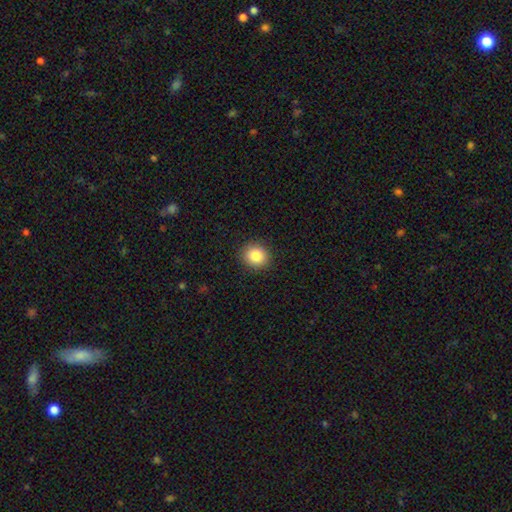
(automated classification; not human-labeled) This appears to be a smooth galaxy with no disk features (85%) that is round (84%). Merging: none (91%).